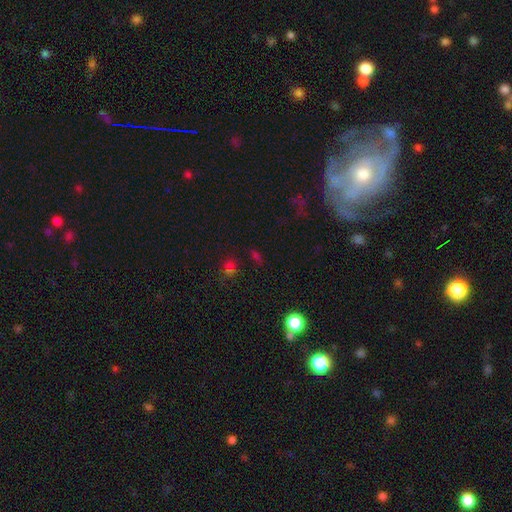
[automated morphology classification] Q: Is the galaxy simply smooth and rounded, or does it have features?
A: star or artifact — 50%.